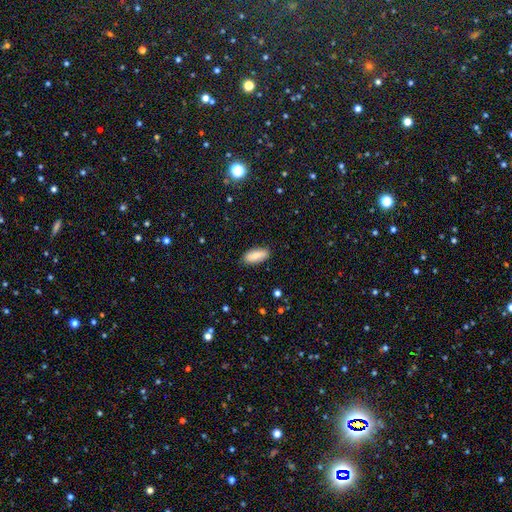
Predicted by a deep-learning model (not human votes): Morphology: type=smooth (83%); roundness=in between (83%); merging=none (86%).